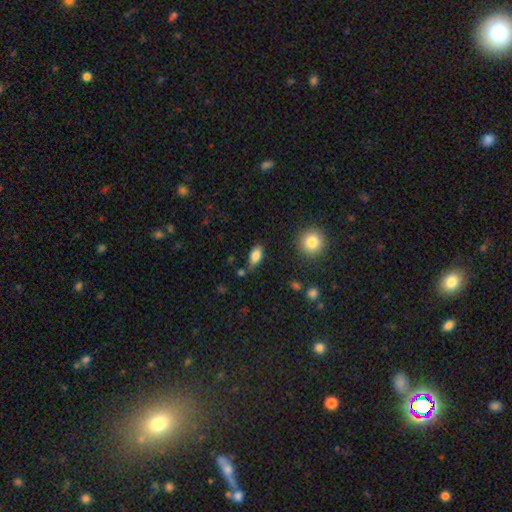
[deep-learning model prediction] Morphology: type=smooth (80%); roundness=in between (86%); merging=none (68%).